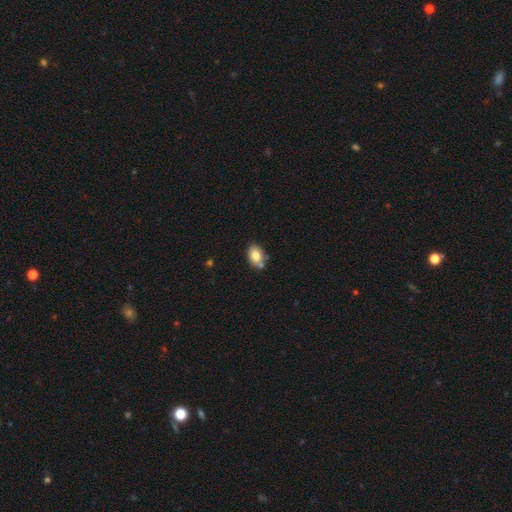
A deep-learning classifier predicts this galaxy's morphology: Smooth or featured?
  - smooth: 80% *
  - featured or disk: 11%
  - star or artifact: 8%
How rounded?
  - in between: 83% *
  - round: 16%
  - cigar-shaped: 1%
Merging?
  - none: 68% *
  - minor disturbance: 15%
  - merger: 13%
  - major disturbance: 3%